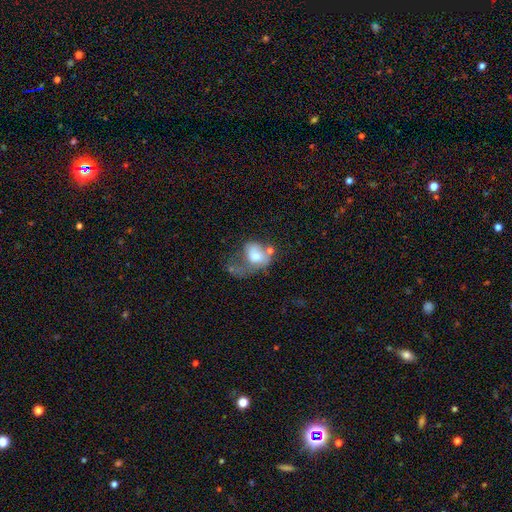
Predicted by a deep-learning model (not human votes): Smooth or featured? Predicted: smooth (p=0.59). How rounded? Predicted: in between (p=0.62). Merging? Predicted: major disturbance (p=0.44).